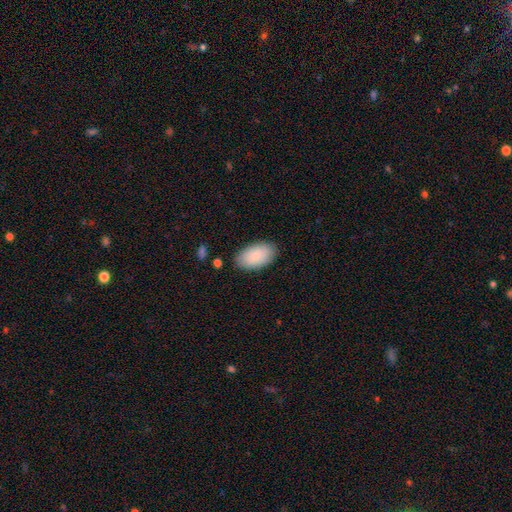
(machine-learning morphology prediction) A smooth galaxy with no disk features (85%) that is in between round and cigar-shaped (95%). Merging: none (85%).